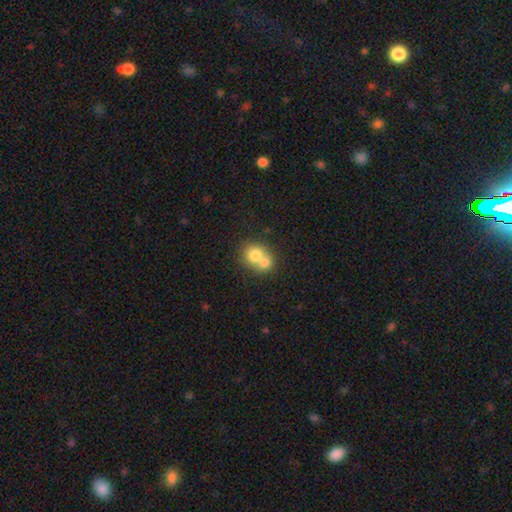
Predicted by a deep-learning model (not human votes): Overall: smooth (72%). How rounded: round (73%). Merging: merger (65%; none 27%).